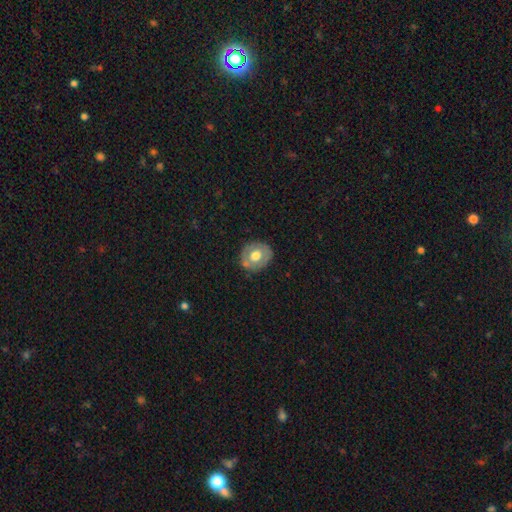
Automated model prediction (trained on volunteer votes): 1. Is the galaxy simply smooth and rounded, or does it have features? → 52% smooth, 41% featured or disk, 6% star or artifact.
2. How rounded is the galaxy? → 71% round, 28% in between, 1% cigar-shaped.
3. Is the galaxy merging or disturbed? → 78% none, 15% minor disturbance, 4% major disturbance, 2% merger.